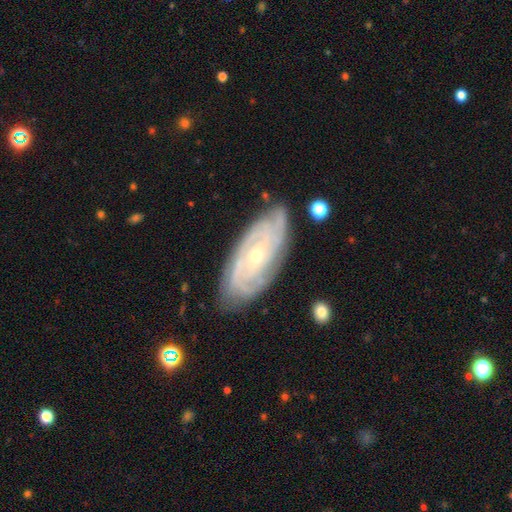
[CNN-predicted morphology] The model was most divided on "spiral arm count": can't tell: 28%, 3: 23%, 4: 21%, 2: 17%, more than 4: 6%, 1: 5%. More confident: spiral arms — yes (97%); edge-on disk — no (93%); smooth or featured — featured or disk (87%); merging — none (80%); spiral winding — tight (78%); bulge size — small (66%); bar — no (58%).